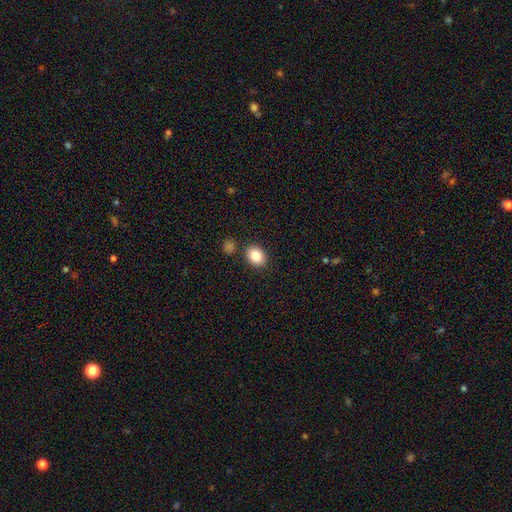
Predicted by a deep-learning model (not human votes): The model was most divided on "how rounded": in between: 58%, round: 41%, cigar-shaped: 1%. More confident: smooth or featured — smooth (86%); merging — none (85%).